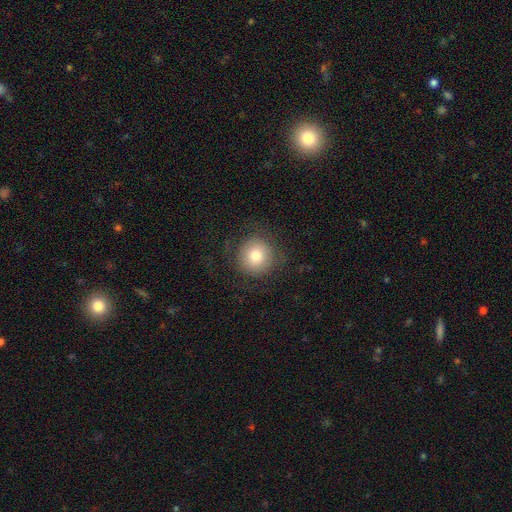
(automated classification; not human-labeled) A smooth galaxy with no disk features (75%) that is round (93%). Merging: none (80%).